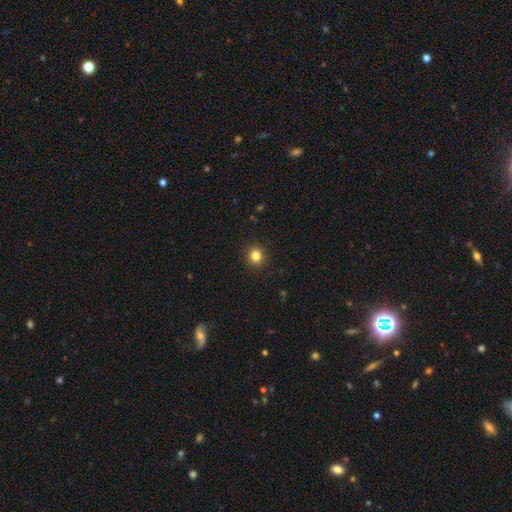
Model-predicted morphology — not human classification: type=smooth (83%); roundness=round (89%); merging=none (92%).